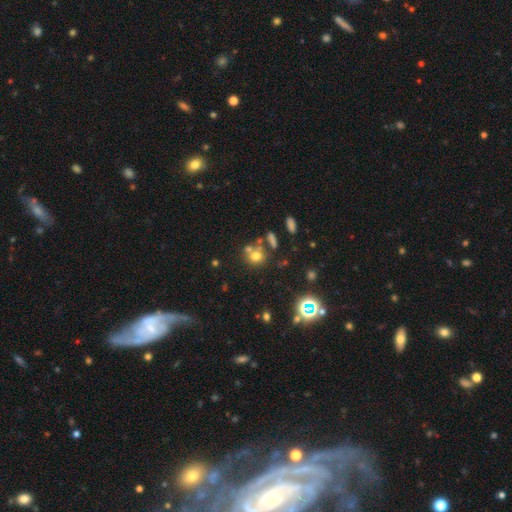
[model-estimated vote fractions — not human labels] Smooth or featured? smooth (66%)
How rounded? round (80%)
Merging? none (54%)